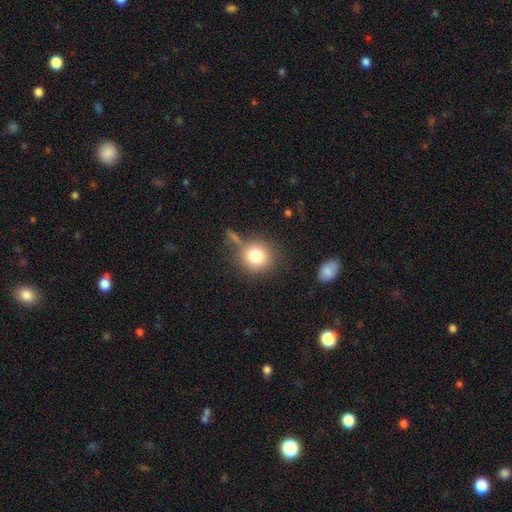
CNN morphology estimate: Smooth or featured?
  - smooth: 79% *
  - star or artifact: 10%
  - featured or disk: 10%
How rounded?
  - round: 90% *
  - in between: 9%
  - cigar-shaped: 1%
Merging?
  - none: 70% *
  - minor disturbance: 14%
  - merger: 10%
  - major disturbance: 6%